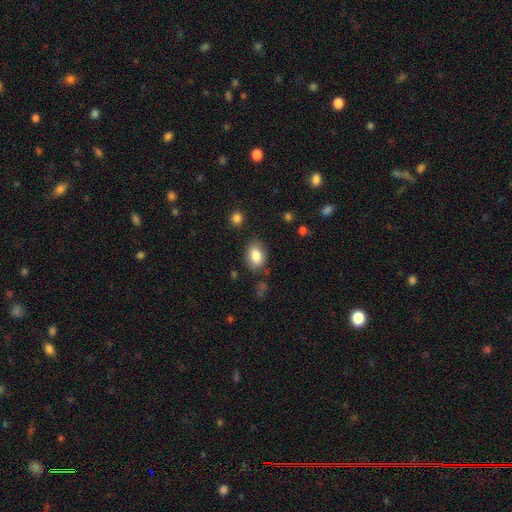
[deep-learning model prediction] This is clearly a smooth galaxy (84%). How rounded: clearly in between (80%). Merging: likely none (79%).